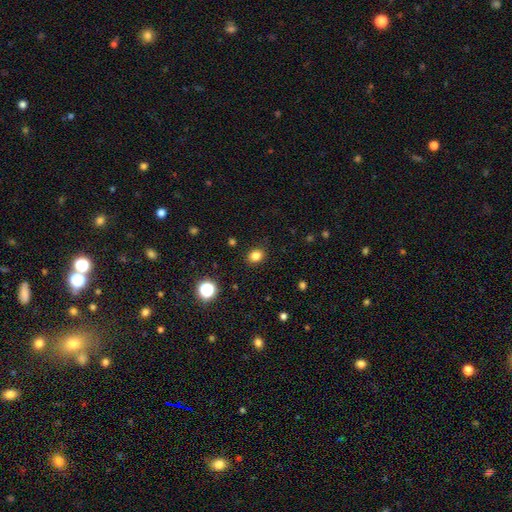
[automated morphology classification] Smooth or featured?
  - smooth: 82% *
  - star or artifact: 13%
  - featured or disk: 5%
How rounded?
  - in between: 51% *
  - round: 48%
  - cigar-shaped: 1%
Merging?
  - none: 88% *
  - minor disturbance: 8%
  - major disturbance: 2%
  - merger: 1%